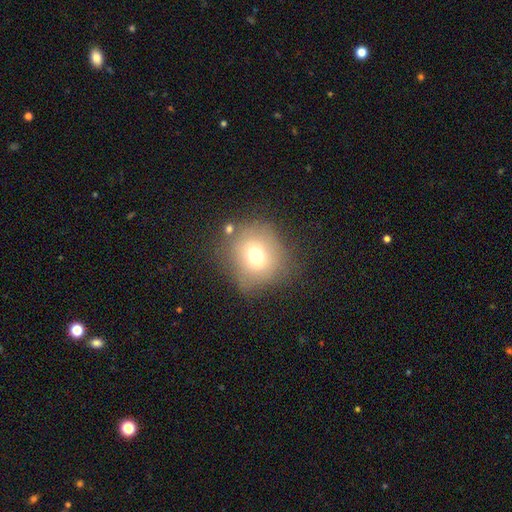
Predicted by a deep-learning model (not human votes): The model was most divided on "merging": none: 69%, minor disturbance: 17%, major disturbance: 9%, merger: 5%. More confident: how rounded — round (84%); smooth or featured — smooth (69%).